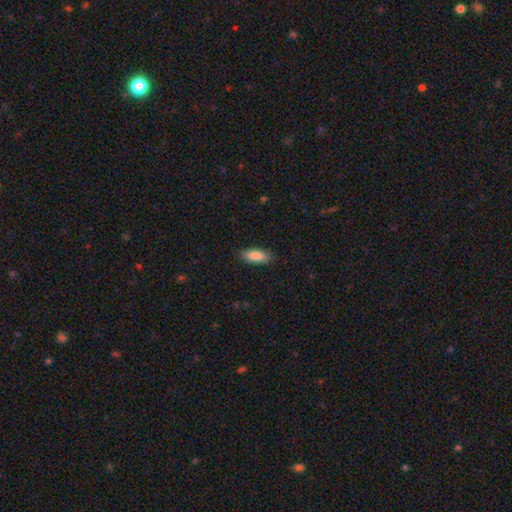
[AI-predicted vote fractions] Smooth or featured? smooth (87%)
How rounded? in between (77%)
Merging? none (85%)